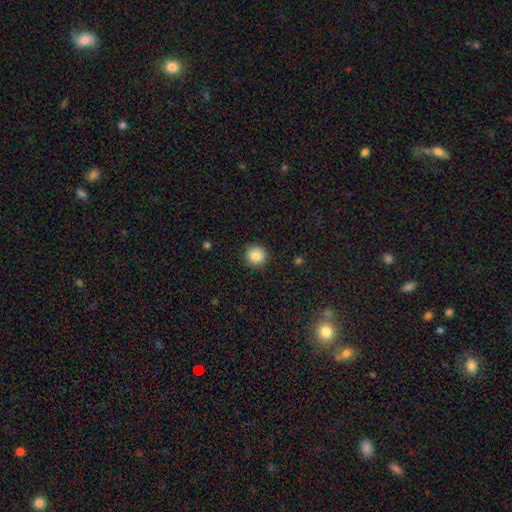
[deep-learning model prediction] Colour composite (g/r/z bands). It shows a smooth galaxy with no disk features (86%) that is round (94%). Merging: none (91%).